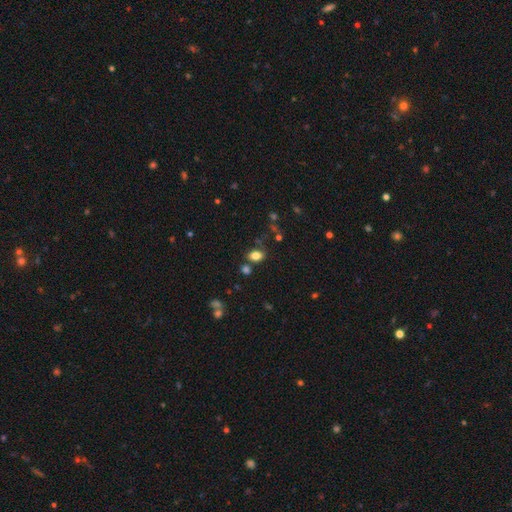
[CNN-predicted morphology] Smooth or featured? smooth (81%)
How rounded? in between (82%)
Merging? none (73%)